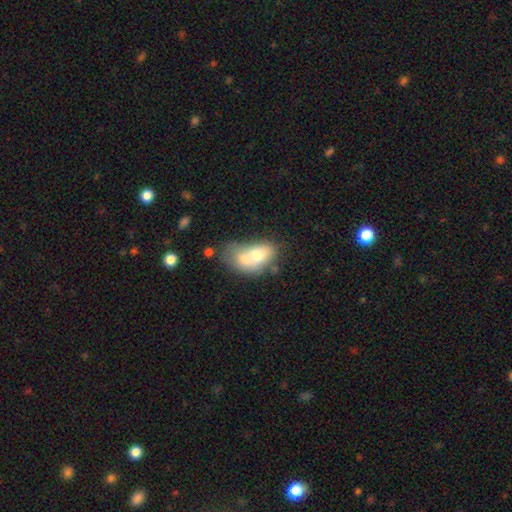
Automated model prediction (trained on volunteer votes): Q: Smooth or featured?
A: smooth (64%); runner-up: featured or disk (28%)
Q: How rounded?
A: in between (83%); runner-up: round (14%)
Q: Merging?
A: merger (63%); runner-up: none (17%)